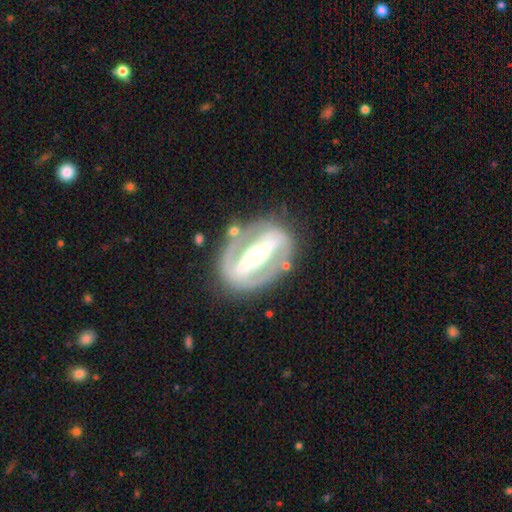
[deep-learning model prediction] The model was most divided on "spiral arms": yes: 57%, no: 43%. More confident: bar — strong (86%); edge-on disk — no (85%); smooth or featured — featured or disk (85%); merging — none (76%); bulge size — moderate (63%).